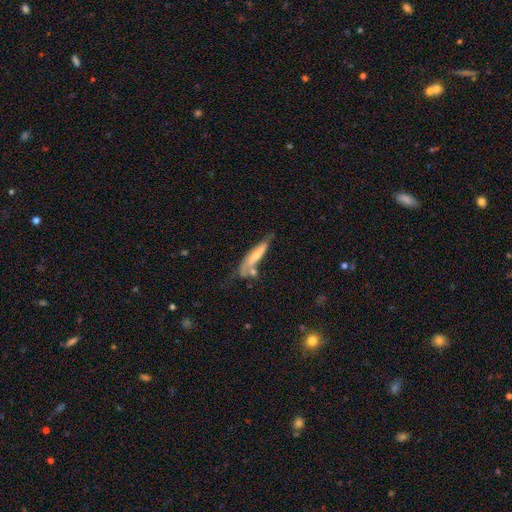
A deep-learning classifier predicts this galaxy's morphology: Overall: smooth (51%; featured or disk 43%). How rounded: cigar-shaped (79%). Merging: none (43%; minor disturbance 26%).